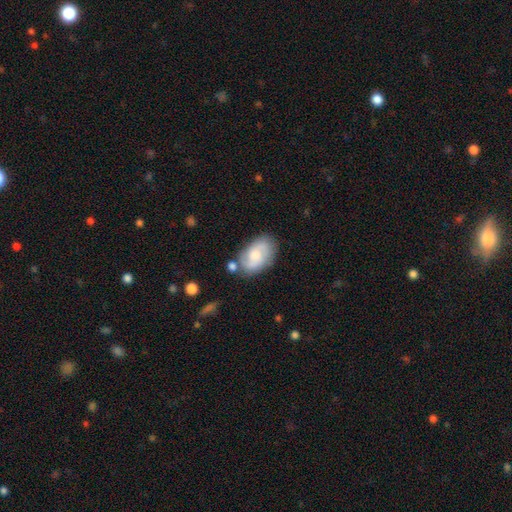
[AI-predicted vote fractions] Smooth or featured: featured or disk — 53% (smooth — 40%)
Edge-on disk: no — 96% (yes — 4%)
Bar: no — 61% (weak — 34%)
Spiral arms: yes — 86% (no — 14%)
Bulge size: moderate — 46% (small — 35%)
Merging: none — 64% (minor disturbance — 21%)